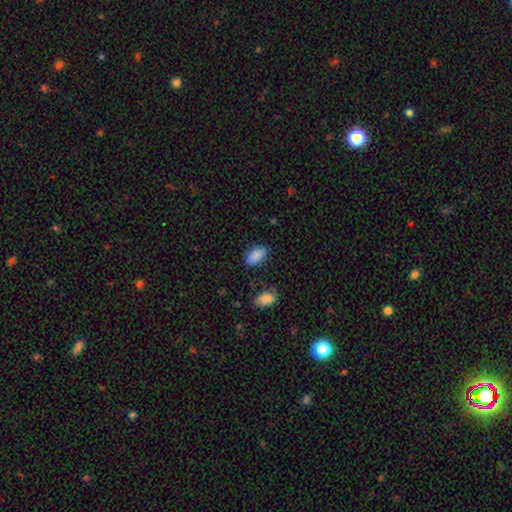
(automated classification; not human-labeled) Q: Smooth or featured?
A: smooth (86%); runner-up: star or artifact (7%)
Q: How rounded?
A: in between (90%); runner-up: cigar-shaped (8%)
Q: Merging?
A: none (76%); runner-up: minor disturbance (18%)